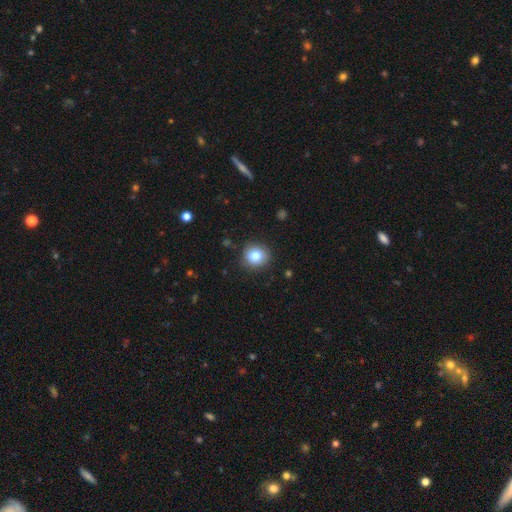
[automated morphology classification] The model was most divided on "smooth or featured": smooth: 81%, star or artifact: 10%, featured or disk: 9%. More confident: merging — none (89%); how rounded — round (85%).